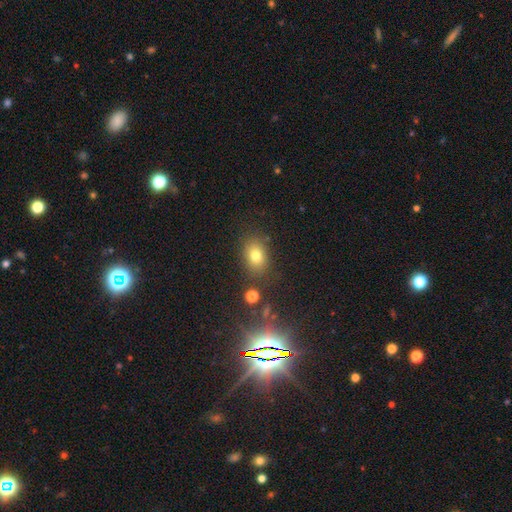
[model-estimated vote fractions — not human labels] Smooth or featured: smooth — 76% (star or artifact — 14%)
How rounded: in between — 64% (round — 34%)
Merging: none — 79% (minor disturbance — 12%)